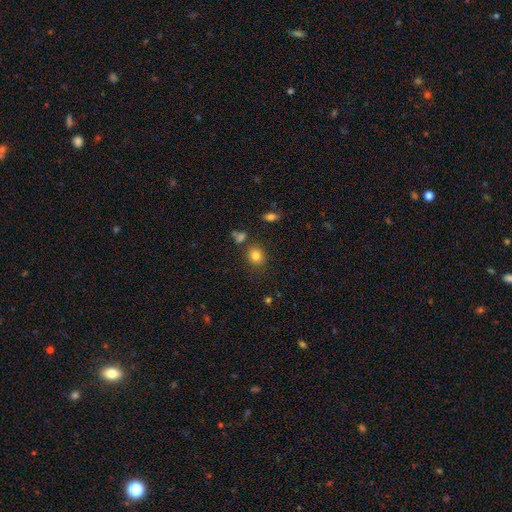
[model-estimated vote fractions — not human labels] A smooth galaxy with no disk features (82%) that is round (62%). Merging: none (79%).